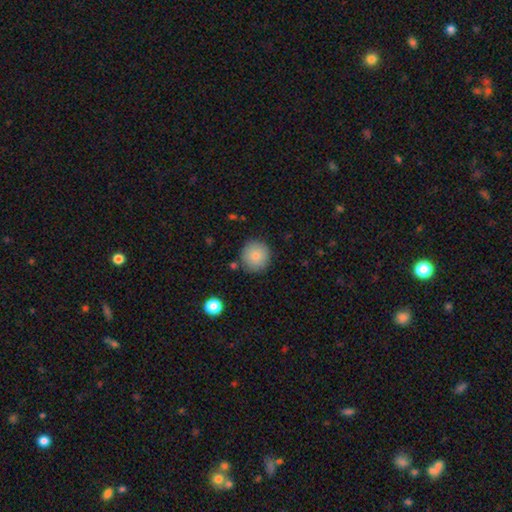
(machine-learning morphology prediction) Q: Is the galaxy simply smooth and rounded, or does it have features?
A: smooth — 83%.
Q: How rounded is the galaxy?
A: round — 95%.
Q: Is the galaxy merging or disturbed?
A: none — 86%.